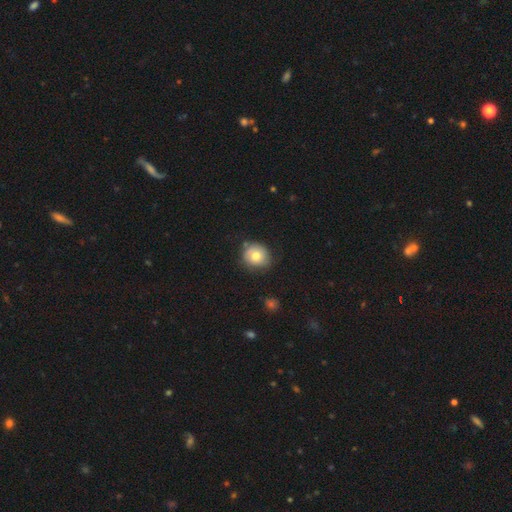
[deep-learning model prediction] smooth 73%, featured or disk 19%, star or artifact 9%. Down the decision tree: how rounded — round (81%); merging — none (69%).